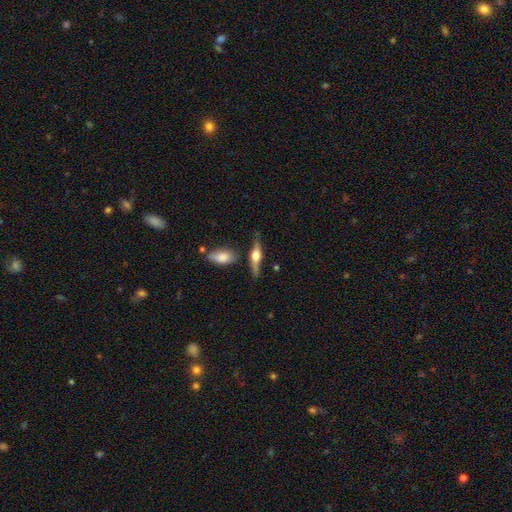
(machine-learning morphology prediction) Smooth or featured: featured or disk — 65% (smooth — 28%)
Edge-on disk: yes — 93% (no — 7%)
Edge-on bulge: rounded — 93% (boxy — 5%)
Merging: none — 67% (minor disturbance — 19%)